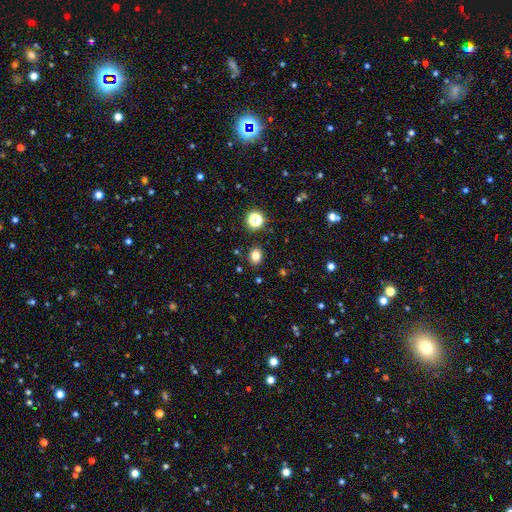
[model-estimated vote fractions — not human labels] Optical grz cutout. It shows a smooth galaxy with no disk features (78%) that is round (51%). Merging: none (86%).